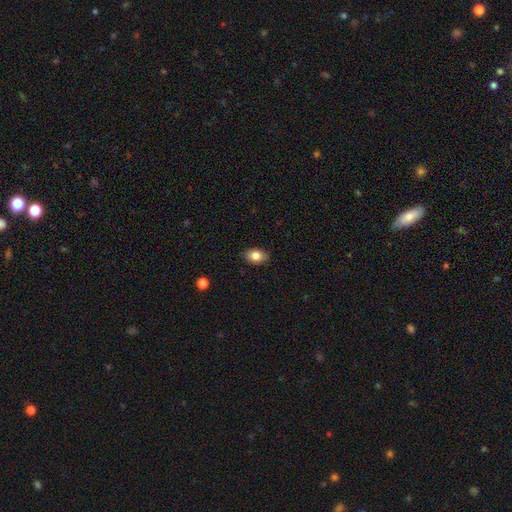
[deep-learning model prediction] smooth 82%, featured or disk 9%, star or artifact 8%. Down the decision tree: how rounded — in between (83%); merging — none (88%).